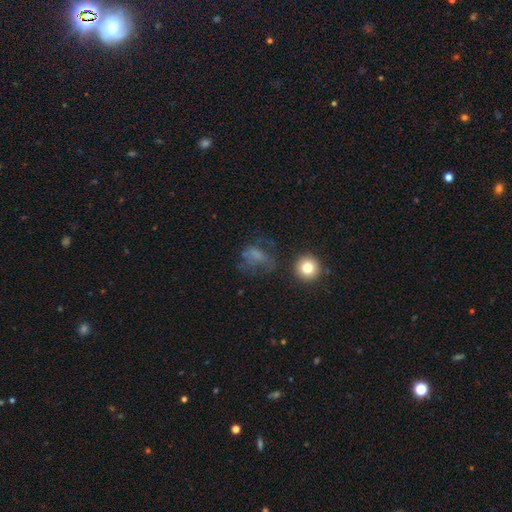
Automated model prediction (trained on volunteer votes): Morphology: type=smooth (54%); roundness=in between (55%); merging=none (42%).